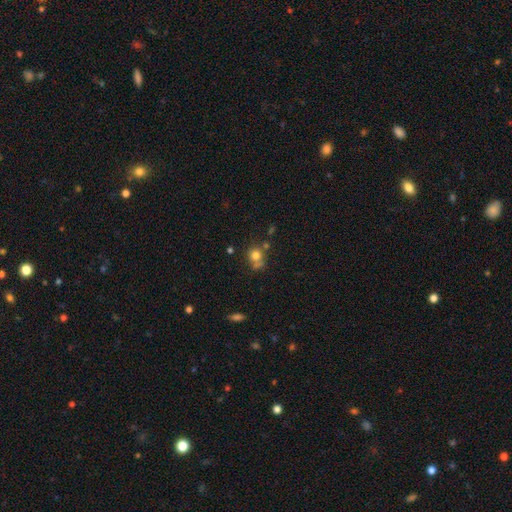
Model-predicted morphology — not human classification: A smooth galaxy with no disk features (75%) that is round (82%).

Vote fractions:
- Smooth or featured? smooth: 75% / star or artifact: 13% / featured or disk: 12%
- How rounded? round: 82% / in between: 17% / cigar-shaped: 1%
- Merging? none: 53% / merger: 23% / minor disturbance: 16% / major disturbance: 8%